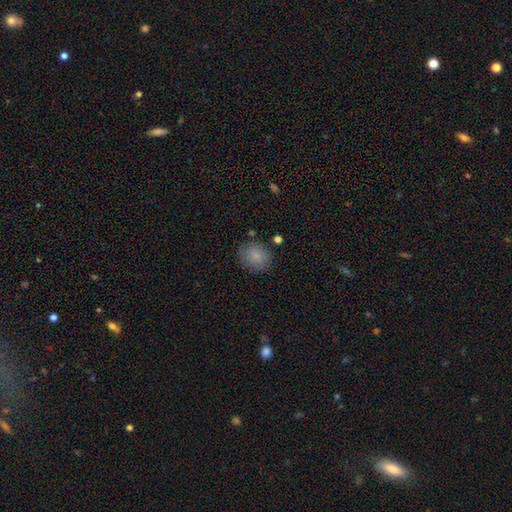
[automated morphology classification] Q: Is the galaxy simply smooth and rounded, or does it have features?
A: smooth — 83%.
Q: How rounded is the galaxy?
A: round — 67%.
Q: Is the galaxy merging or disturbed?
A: none — 79%.